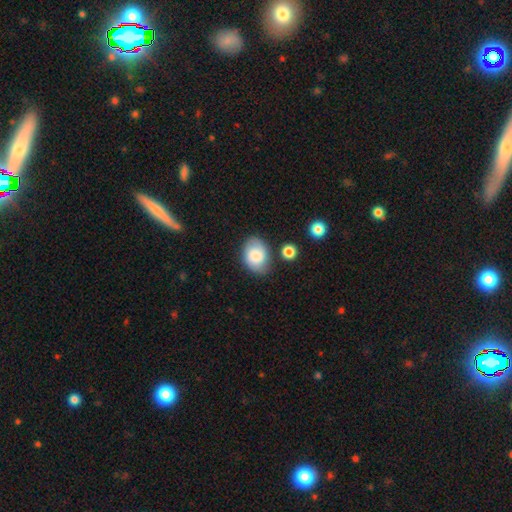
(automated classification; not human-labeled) smooth-or-featured: smooth: 78% | featured or disk: 15% | star or artifact: 7%
  how-rounded: in between: 73% | round: 26% | cigar-shaped: 1%
  merging: none: 73% | minor disturbance: 18% | merger: 5% | major disturbance: 4%